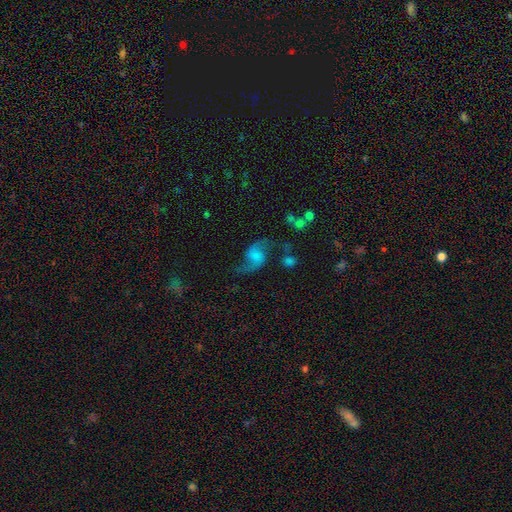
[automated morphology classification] A featured or disk galaxy (81%) with no bar (54%), 2 (93%) loose (79%) spiral arms (95%) and no central bulge (35%).

Vote fractions:
- Smooth or featured? featured or disk: 81% / smooth: 12% / star or artifact: 8%
- Edge-on disk? no: 97% / yes: 3%
- Bar? no: 54% / weak: 38% / strong: 8%
- Spiral arms? yes: 95% / no: 5%
- Spiral winding? loose: 79% / medium: 18% / tight: 3%
- Spiral arm count? 2: 93% / 1: 2% / can't tell: 2% / 3: 1% / 4: 1% / more than 4: 1%
- Bulge size? none: 35% / moderate: 26% / small: 25% / large: 11% / dominant: 3%
- Merging? none: 64% / minor disturbance: 17% / major disturbance: 13% / merger: 6%